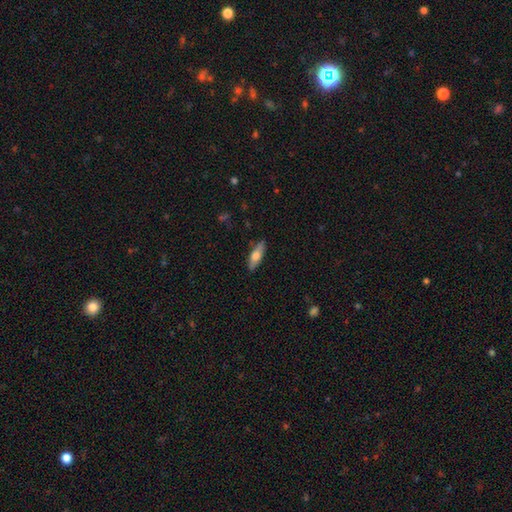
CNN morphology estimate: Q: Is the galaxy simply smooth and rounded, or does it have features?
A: smooth — 62%.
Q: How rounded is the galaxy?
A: in between — 50%.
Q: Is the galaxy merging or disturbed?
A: none — 86%.